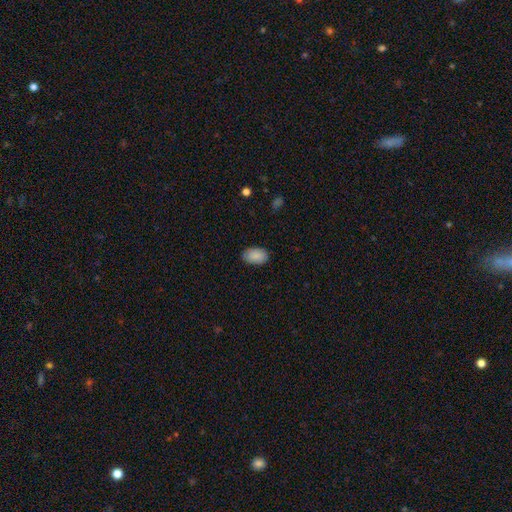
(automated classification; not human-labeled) Overall: smooth (89%). How rounded: in between (92%). Merging: none (85%).